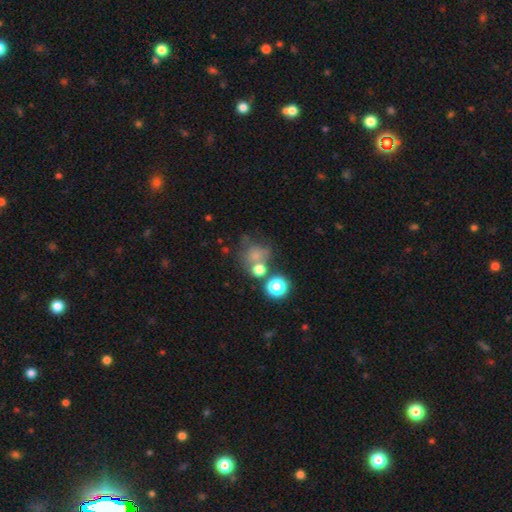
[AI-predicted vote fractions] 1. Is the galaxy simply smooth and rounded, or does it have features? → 65% smooth, 20% star or artifact, 15% featured or disk.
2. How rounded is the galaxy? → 80% round, 19% in between, 1% cigar-shaped.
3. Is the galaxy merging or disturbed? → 44% none, 31% merger, 14% minor disturbance, 11% major disturbance.